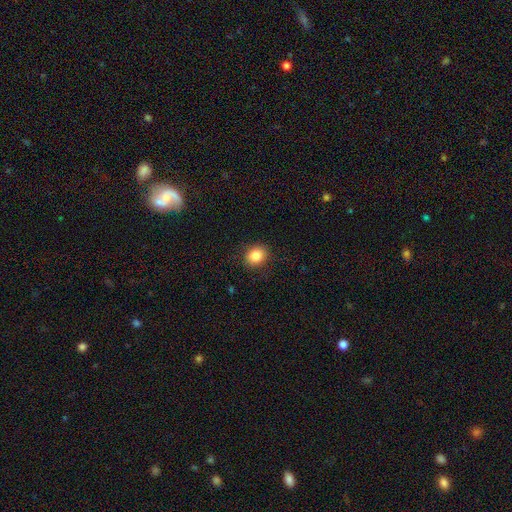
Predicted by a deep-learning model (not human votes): Smooth or featured?
  - smooth: 85% *
  - star or artifact: 10%
  - featured or disk: 5%
How rounded?
  - round: 69% *
  - in between: 30%
  - cigar-shaped: 1%
Merging?
  - none: 88% *
  - minor disturbance: 9%
  - major disturbance: 3%
  - merger: 1%